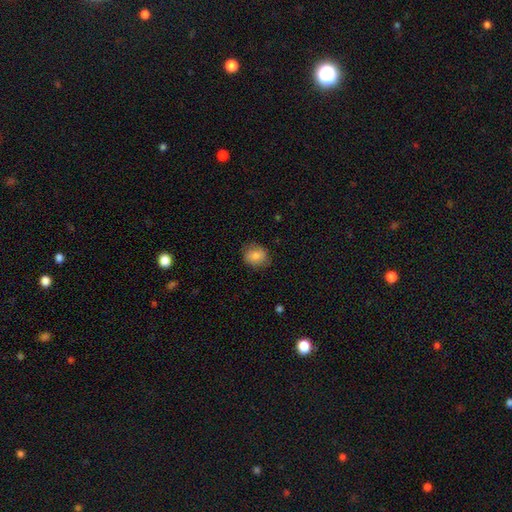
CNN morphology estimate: type=smooth (81%); roundness=round (66%); merging=none (79%).